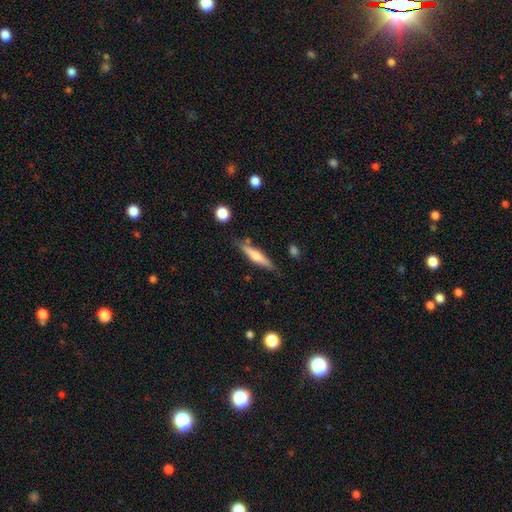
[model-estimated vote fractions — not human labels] Smooth or featured? Predicted: smooth (p=0.48). Merging? Predicted: none (p=0.78).